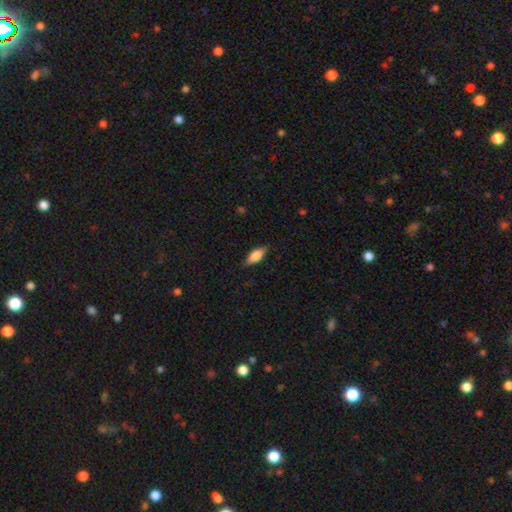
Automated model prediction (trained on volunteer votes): Morphology: type=smooth (66%); roundness=in between (71%); merging=none (84%).